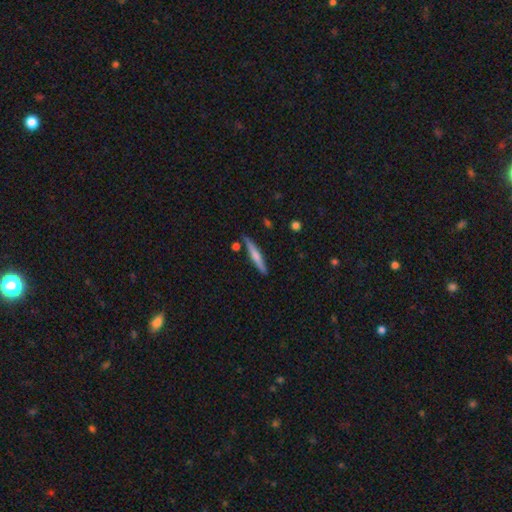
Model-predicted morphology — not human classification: Smooth or featured: smooth — 52% (featured or disk — 42%)
How rounded: cigar-shaped — 93% (in between — 6%)
Merging: none — 84% (minor disturbance — 11%)